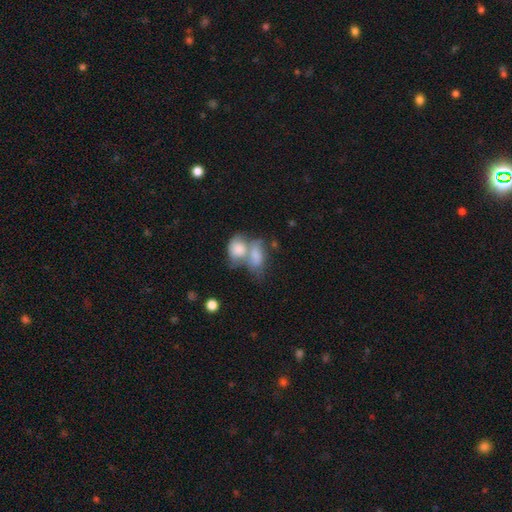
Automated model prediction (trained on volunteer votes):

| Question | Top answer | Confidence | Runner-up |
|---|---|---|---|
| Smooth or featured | smooth | 71% | featured or disk (21%) |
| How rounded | in between | 81% | round (16%) |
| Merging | merger | 71% | none (14%) |